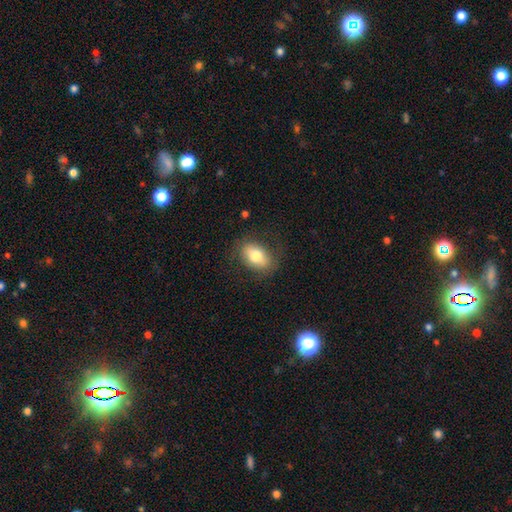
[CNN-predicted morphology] smooth_or_featured: smooth (p=0.72) [alt: featured or disk p=0.21]
how_rounded: in between (p=0.84) [alt: round p=0.14]
merging: none (p=0.79) [alt: minor disturbance p=0.14]